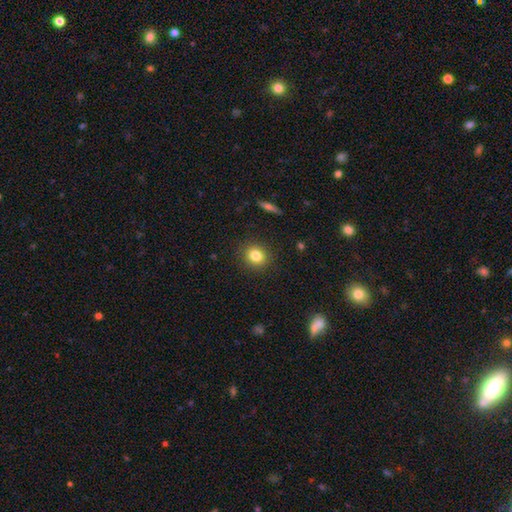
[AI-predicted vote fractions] This is clearly a smooth galaxy (82%). How rounded: clearly round (81%). Merging: clearly none (90%).